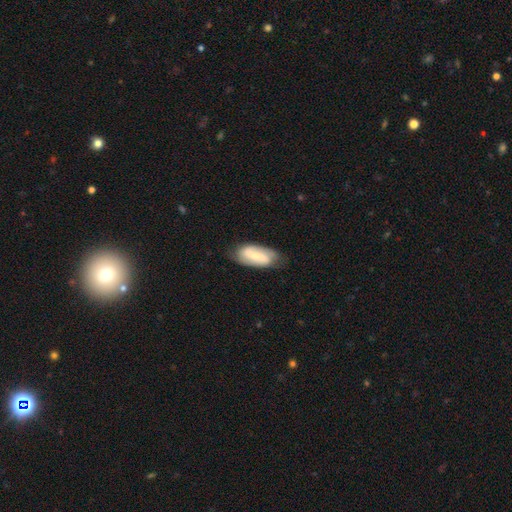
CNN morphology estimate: Smooth or featured? featured or disk (59%)
Edge-on disk? no (92%)
Bar? weak (38%, tied with strong)
Spiral arms? yes (82%)
Bulge size? small (61%)
Merging? none (75%)